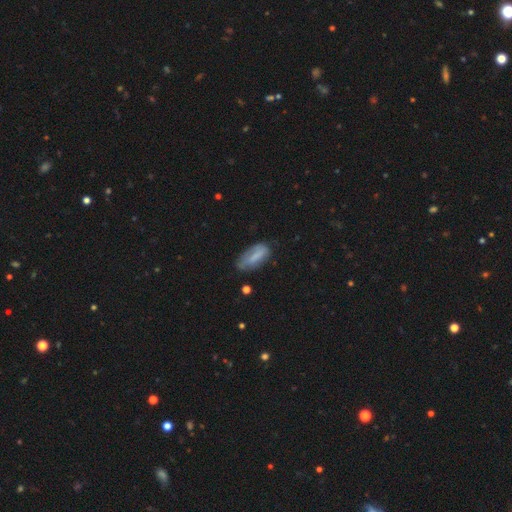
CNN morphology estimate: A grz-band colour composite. It shows a smooth galaxy with no disk features (71%) that is in between round and cigar-shaped (80%). Merging: none (57%).